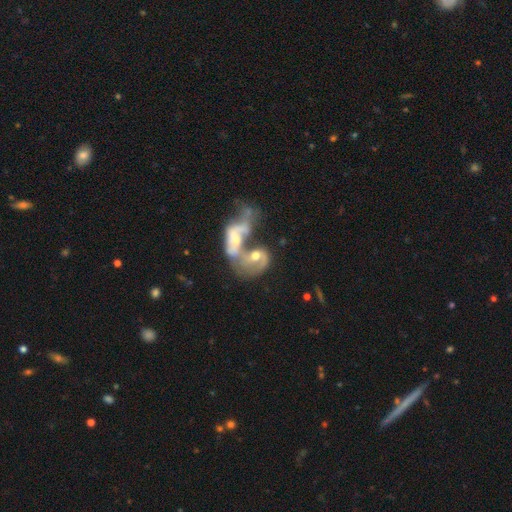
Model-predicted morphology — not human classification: Overall: featured or disk (64%; smooth 27%). Edge-on disk: no (96%). Bar: no (64%; weak 27%). Spiral arms: yes (60%; no 40%). Bulge size: moderate (61%; small 22%). Merging: merger (78%).